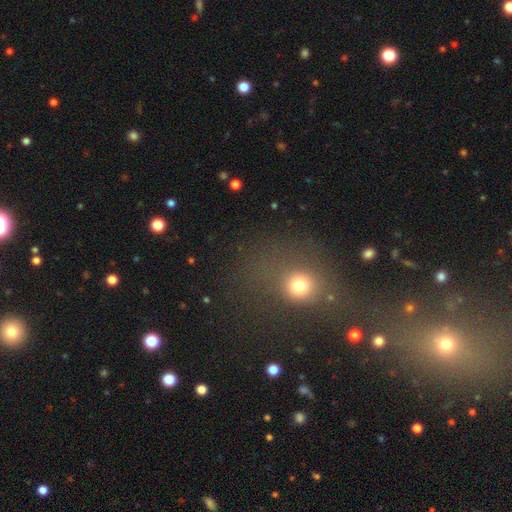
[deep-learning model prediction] The model was most divided on "smooth or featured": smooth: 49%, star or artifact: 42%, featured or disk: 9%. More confident: merging — none (57%).